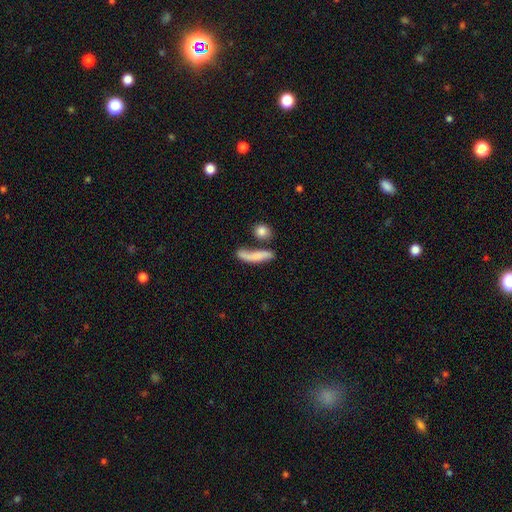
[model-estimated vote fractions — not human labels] smooth-or-featured: smooth: 67% | featured or disk: 24% | star or artifact: 9%
  how-rounded: cigar-shaped: 70% | in between: 25% | round: 5%
  merging: none: 43% | merger: 23% | minor disturbance: 20% | major disturbance: 14%